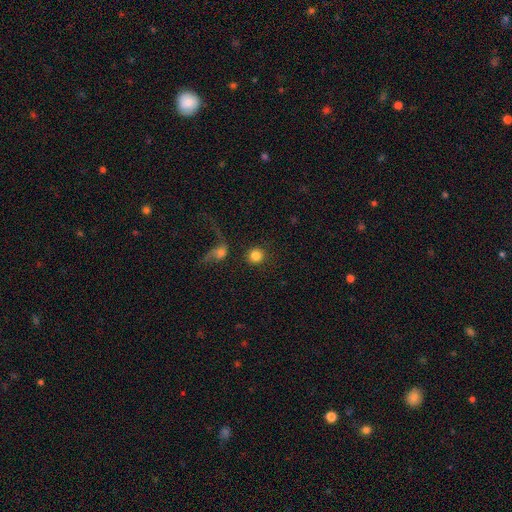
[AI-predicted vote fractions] smooth-or-featured: smooth: 84% | star or artifact: 9% | featured or disk: 7%
  how-rounded: round: 92% | in between: 7% | cigar-shaped: 1%
  merging: none: 78% | merger: 9% | minor disturbance: 7% | major disturbance: 6%